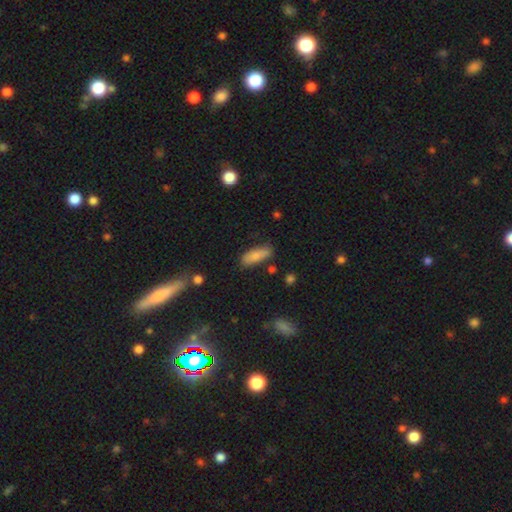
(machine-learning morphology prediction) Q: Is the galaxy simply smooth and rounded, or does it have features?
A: smooth — 78%.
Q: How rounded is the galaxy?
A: in between — 65%.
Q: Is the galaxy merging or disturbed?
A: none — 74%.